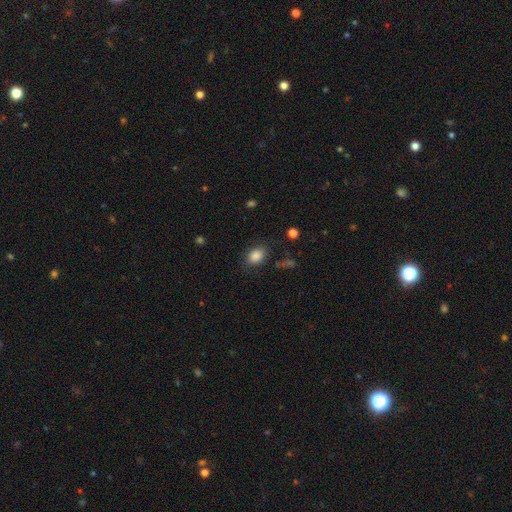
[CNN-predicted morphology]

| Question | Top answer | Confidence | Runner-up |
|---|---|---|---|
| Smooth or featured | smooth | 85% | star or artifact (10%) |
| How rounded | in between | 69% | round (30%) |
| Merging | none | 77% | minor disturbance (15%) |